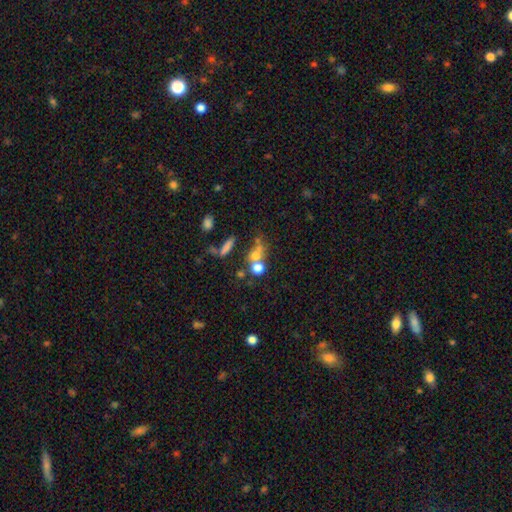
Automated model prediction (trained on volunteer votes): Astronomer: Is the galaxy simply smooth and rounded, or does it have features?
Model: smooth — 63%.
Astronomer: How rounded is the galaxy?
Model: round — 70%.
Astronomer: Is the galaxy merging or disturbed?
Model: merger — 43% (runner-up: none, 40%).